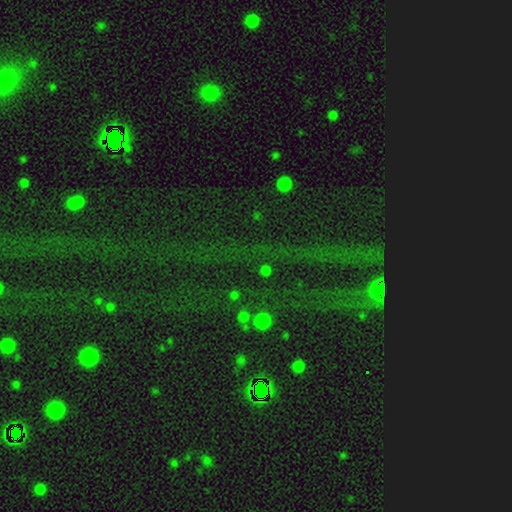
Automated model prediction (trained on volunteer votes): smooth_or_featured: star or artifact (p=0.78) [alt: smooth p=0.12]